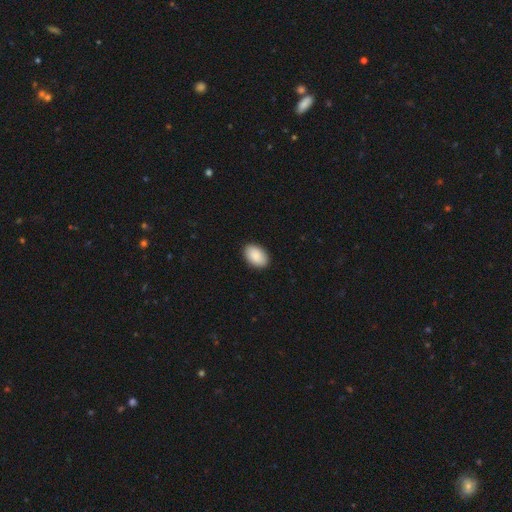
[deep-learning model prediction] A smooth galaxy with no disk features (90%) that is in between round and cigar-shaped (91%). Merging: none (90%).